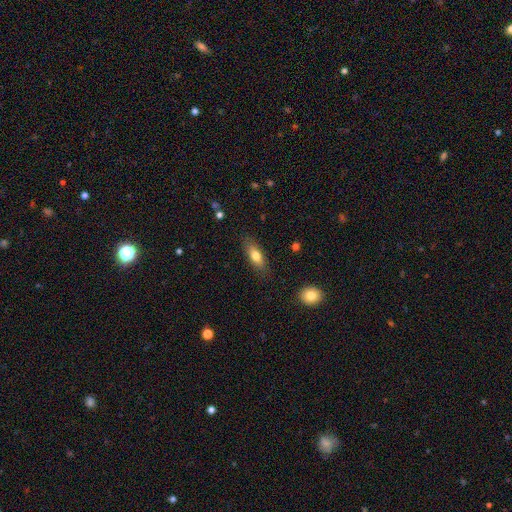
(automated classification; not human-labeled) Overall: smooth (75%). How rounded: in between (68%; cigar-shaped 29%). Merging: none (82%).